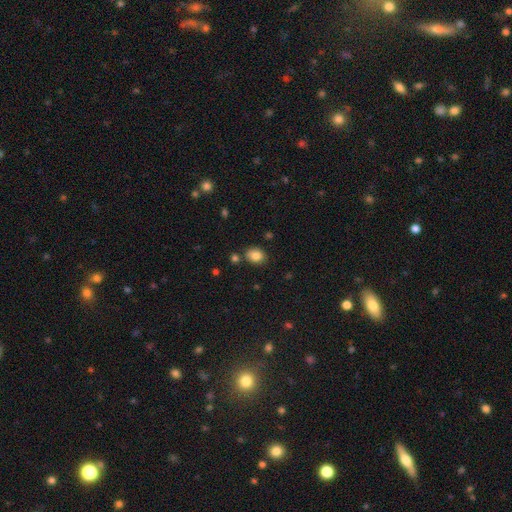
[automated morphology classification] Smooth or featured?
  - smooth: 83% *
  - star or artifact: 10%
  - featured or disk: 7%
How rounded?
  - round: 50% *
  - in between: 49%
  - cigar-shaped: 1%
Merging?
  - none: 76% *
  - minor disturbance: 13%
  - merger: 8%
  - major disturbance: 3%